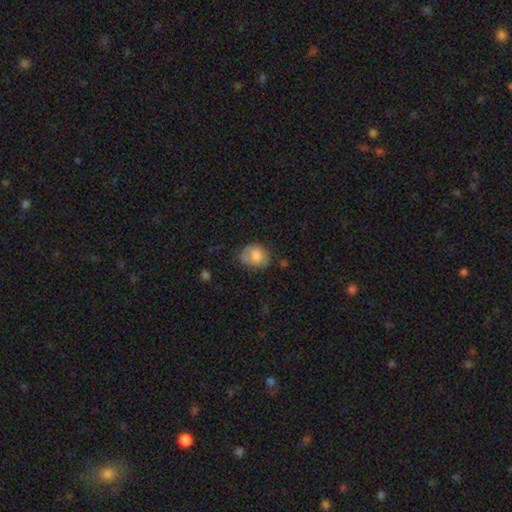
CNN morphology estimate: Smooth or featured: smooth — 75% (featured or disk — 16%)
How rounded: round — 51% (in between — 48%)
Merging: none — 53% (minor disturbance — 30%)